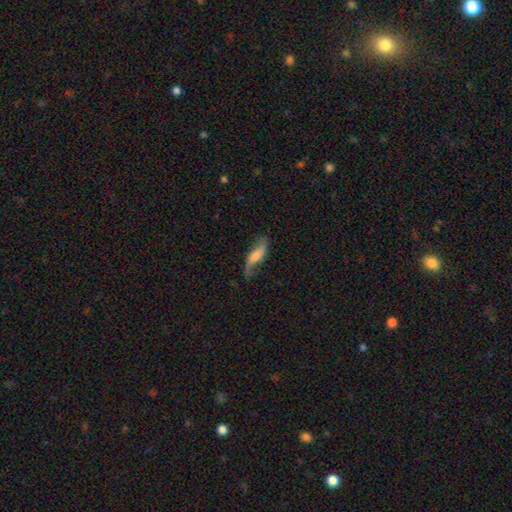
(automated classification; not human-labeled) smooth-or-featured: featured or disk: 62% | smooth: 31% | star or artifact: 7%
  disk-edge-on: no: 79% | yes: 21%
  merging: none: 65% | minor disturbance: 23% | major disturbance: 10% | merger: 2%